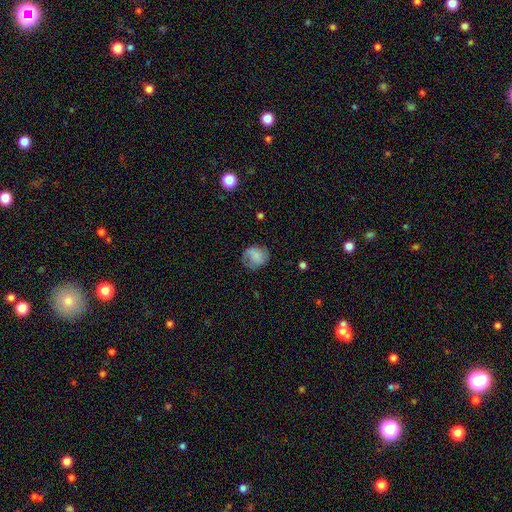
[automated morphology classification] This is likely a smooth galaxy (77%). How rounded: likely round (72%). Merging: likely none (60%).